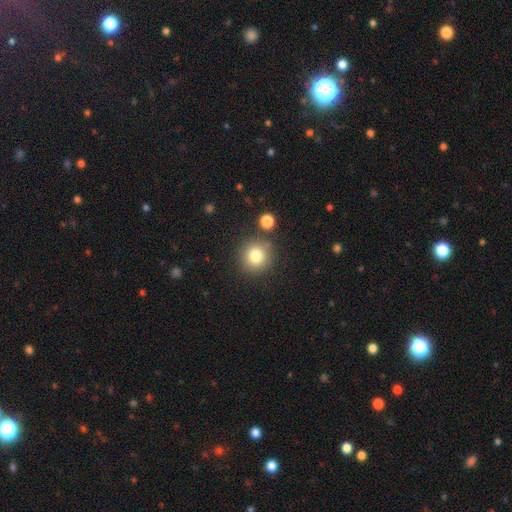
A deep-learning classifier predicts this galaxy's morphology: type=smooth (81%); roundness=round (93%); merging=none (82%).